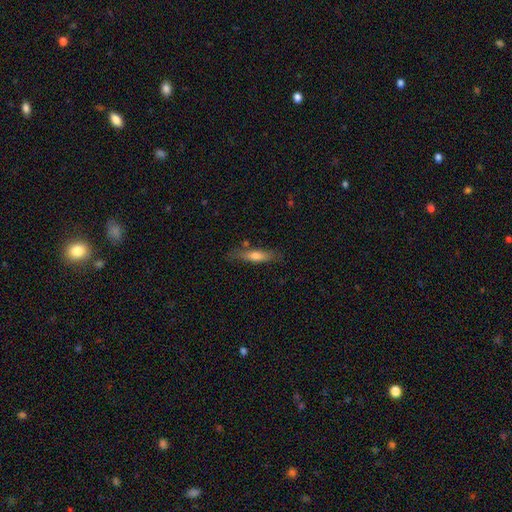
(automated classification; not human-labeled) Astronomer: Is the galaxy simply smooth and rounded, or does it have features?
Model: smooth — 58% (runner-up: featured or disk, 35%).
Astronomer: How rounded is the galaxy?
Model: cigar-shaped — 74%.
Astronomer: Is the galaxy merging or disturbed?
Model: none — 77%.